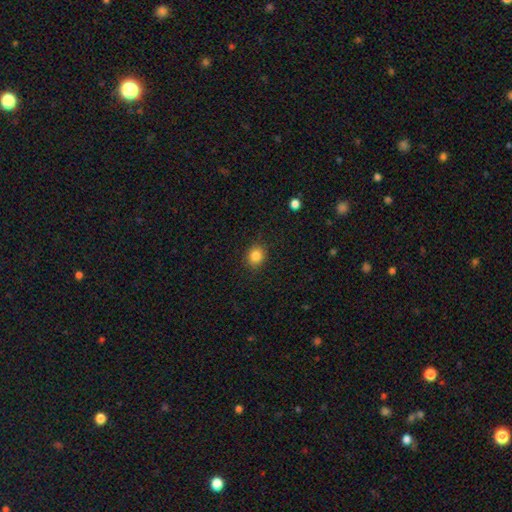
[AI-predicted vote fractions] A smooth galaxy with no disk features (84%) that is round (74%). Merging: none (88%).